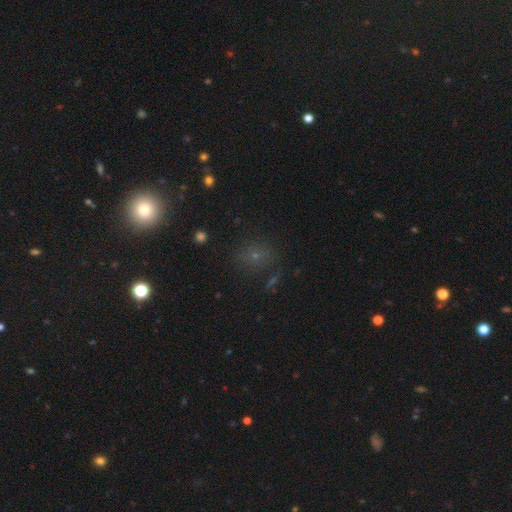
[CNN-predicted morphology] A smooth galaxy with no disk features (53%) that is round (74%).

Vote fractions:
- Smooth or featured? smooth: 53% / star or artifact: 33% / featured or disk: 13%
- How rounded? round: 74% / in between: 24% / cigar-shaped: 2%
- Merging? none: 76% / minor disturbance: 13% / major disturbance: 6% / merger: 4%